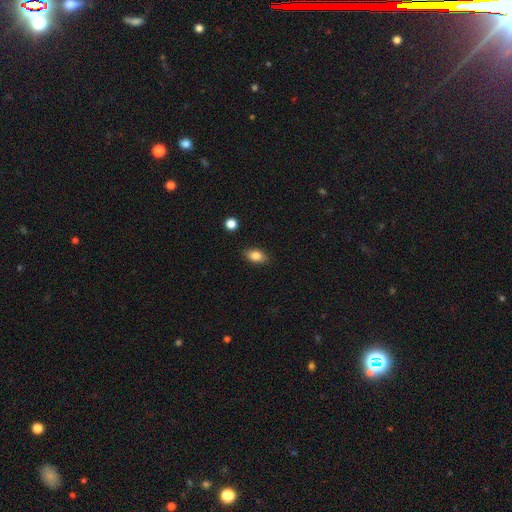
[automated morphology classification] type=smooth (83%); roundness=in between (86%); merging=none (86%).